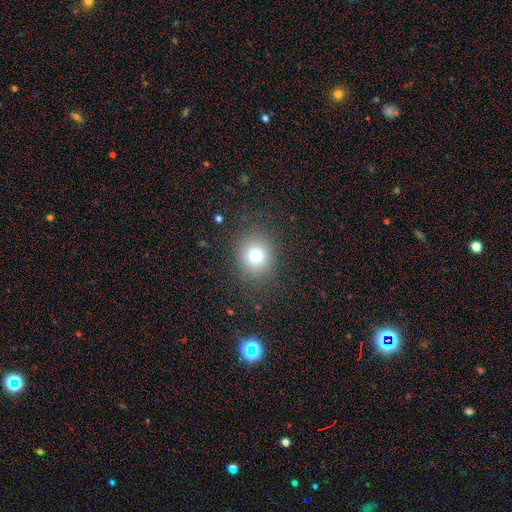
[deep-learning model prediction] A smooth galaxy with no disk features (74%) that is round (78%).

Vote fractions:
- Smooth or featured? smooth: 74% / star or artifact: 16% / featured or disk: 11%
- How rounded? round: 78% / in between: 21% / cigar-shaped: 1%
- Merging? none: 85% / minor disturbance: 9% / major disturbance: 5% / merger: 1%